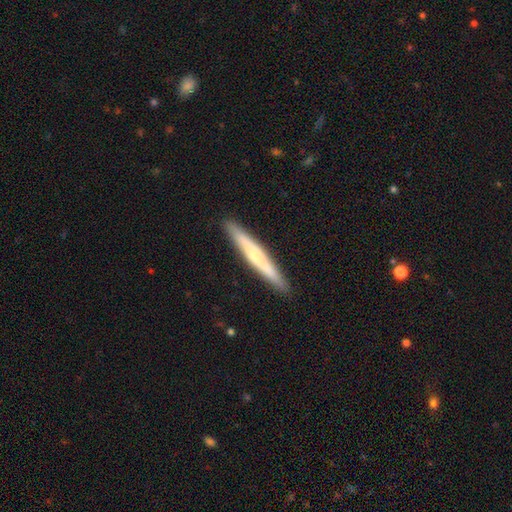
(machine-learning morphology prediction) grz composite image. It shows a smooth galaxy with no disk features (49%). Merging: none (91%).